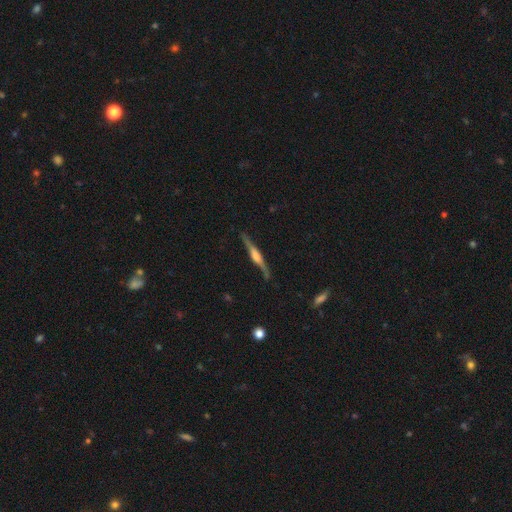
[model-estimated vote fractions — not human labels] Overall: featured or disk (80%). Edge-on disk: yes (97%). Edge-on bulge: rounded (57%; boxy 36%). Merging: none (82%).